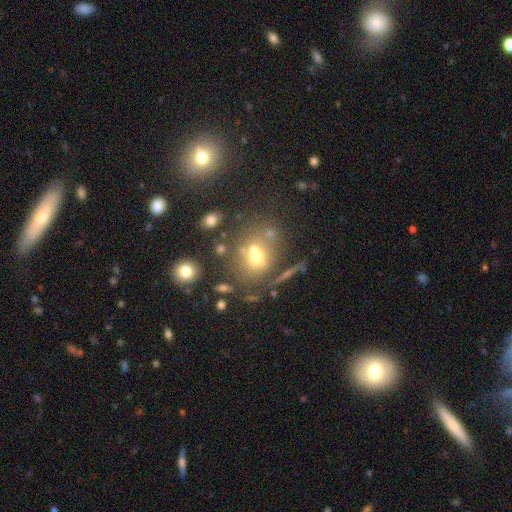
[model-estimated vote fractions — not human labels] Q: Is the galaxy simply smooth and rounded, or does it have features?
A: smooth — 49%.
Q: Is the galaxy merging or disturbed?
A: none — 44%.